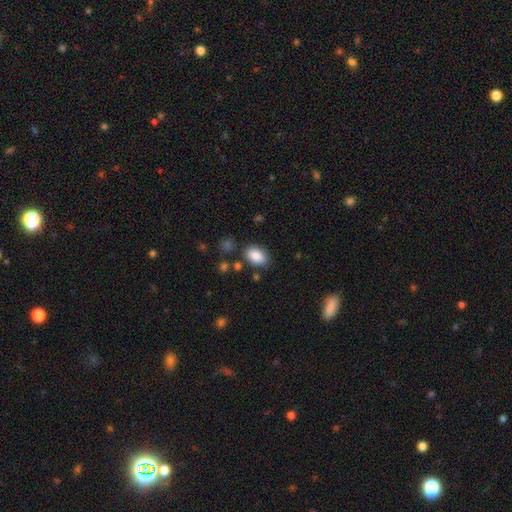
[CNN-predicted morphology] smooth 87%, star or artifact 8%, featured or disk 5%. Down the decision tree: how rounded — in between (90%); merging — none (80%).